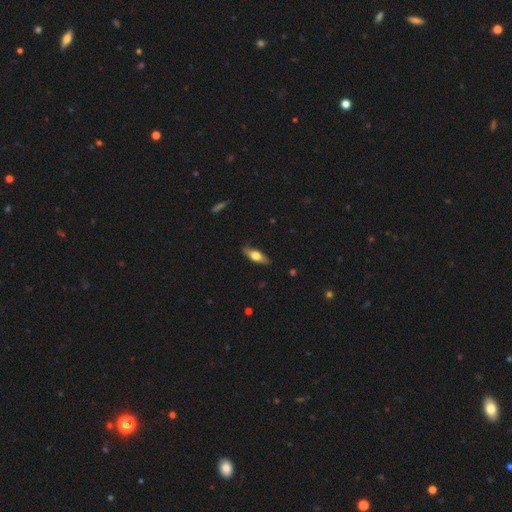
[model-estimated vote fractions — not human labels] Smooth or featured?
  - smooth: 57% *
  - featured or disk: 37%
  - star or artifact: 6%
How rounded?
  - in between: 61% *
  - cigar-shaped: 36%
  - round: 3%
Merging?
  - none: 83% *
  - minor disturbance: 13%
  - major disturbance: 2%
  - merger: 1%